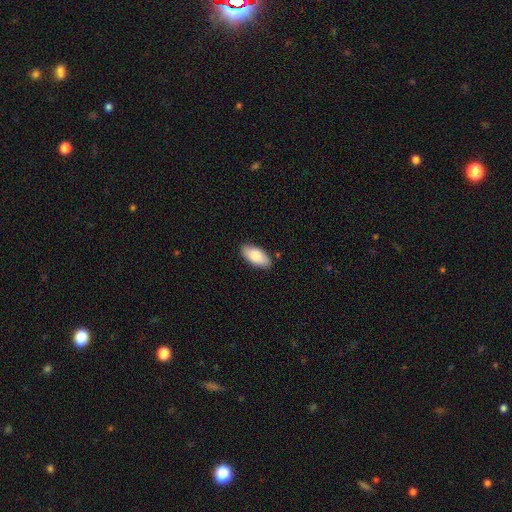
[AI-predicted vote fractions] Morphology: type=smooth (84%); roundness=in between (92%); merging=none (87%).